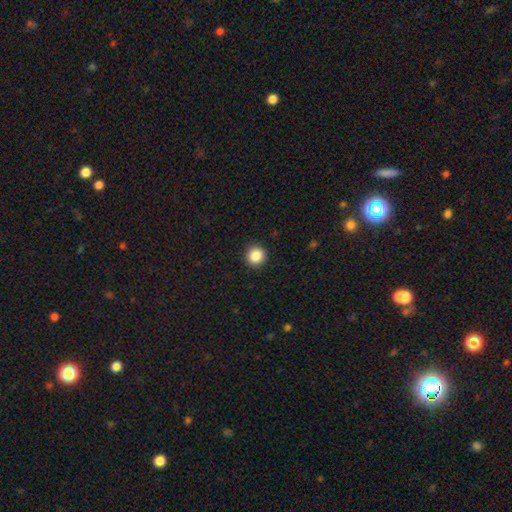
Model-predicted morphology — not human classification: type=smooth (87%); roundness=round (92%); merging=none (92%).